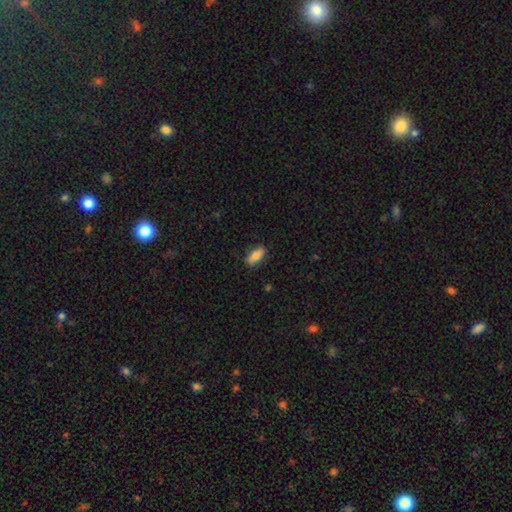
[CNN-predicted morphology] Overall: smooth (84%). How rounded: in between (82%). Merging: none (86%).